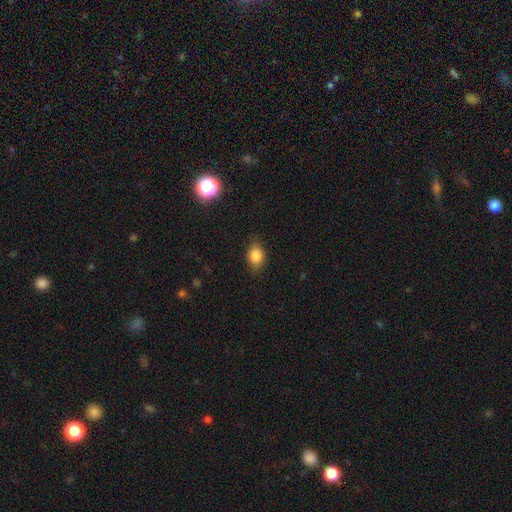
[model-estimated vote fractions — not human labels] Morphology: type=smooth (83%); roundness=in between (70%); merging=none (81%).